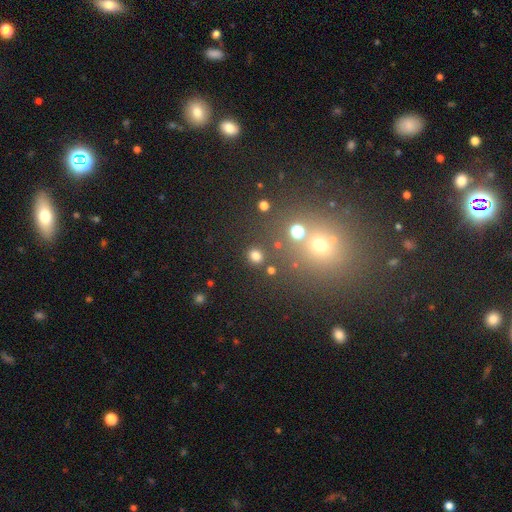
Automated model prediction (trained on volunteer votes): smooth_or_featured: smooth (p=0.76) [alt: star or artifact p=0.18]
how_rounded: round (p=0.79) [alt: in between p=0.20]
merging: none (p=0.84) [alt: minor disturbance p=0.08]